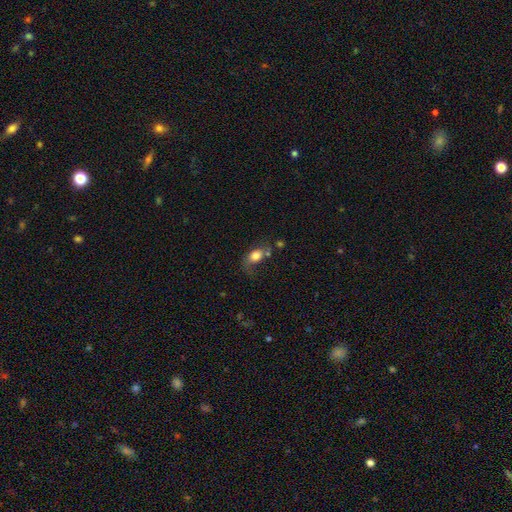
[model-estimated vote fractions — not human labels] Smooth or featured? Predicted: smooth (p=0.73). How rounded? Predicted: in between (p=0.73). Merging? Predicted: none (p=0.41).